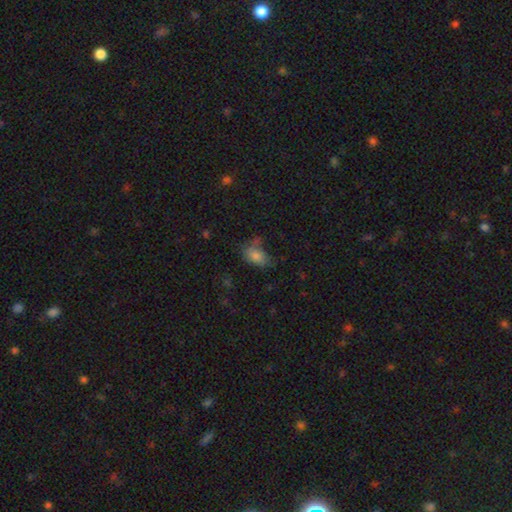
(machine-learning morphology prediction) This appears to be a smooth galaxy with no disk features (78%) that is in between round and cigar-shaped (87%). Merging: none (49%).